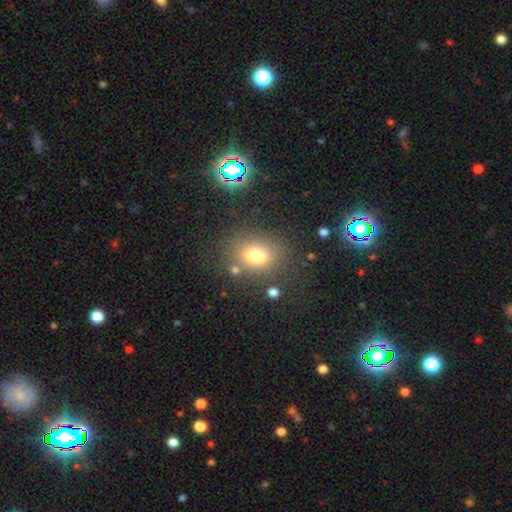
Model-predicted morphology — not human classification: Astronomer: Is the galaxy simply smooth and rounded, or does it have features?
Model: smooth — 72%.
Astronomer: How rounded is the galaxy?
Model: in between — 56% (runner-up: round, 42%).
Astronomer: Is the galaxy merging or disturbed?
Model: none — 75%.